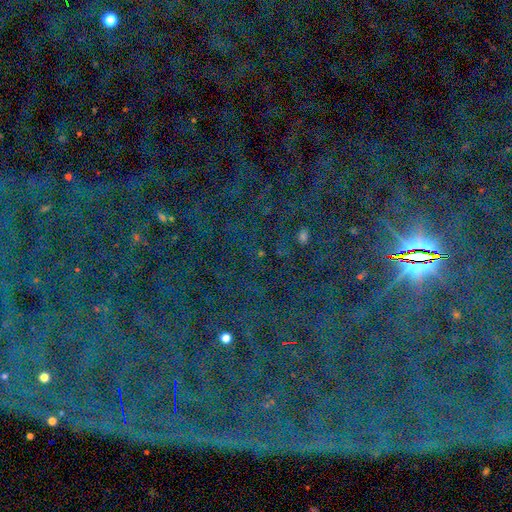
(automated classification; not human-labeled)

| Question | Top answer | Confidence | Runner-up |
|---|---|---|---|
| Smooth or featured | star or artifact | 86% | smooth (7%) |